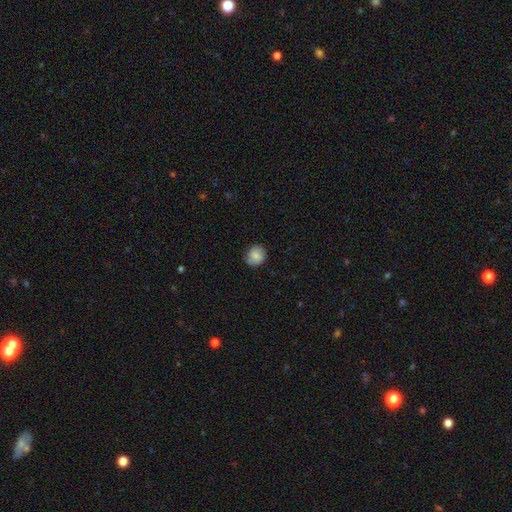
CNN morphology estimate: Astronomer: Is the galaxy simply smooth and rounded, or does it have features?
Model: smooth — 84%.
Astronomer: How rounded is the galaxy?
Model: round — 82%.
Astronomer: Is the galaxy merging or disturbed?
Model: none — 84%.